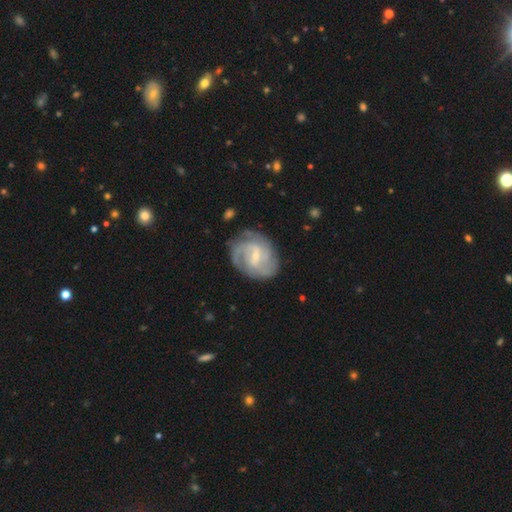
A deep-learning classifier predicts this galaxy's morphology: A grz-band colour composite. It shows a featured or disk galaxy (82%) with a weak bar (58%), 2 (39%) tight (44%) spiral arms (93%) and a small central bulge (68%). Merging: none (71%).